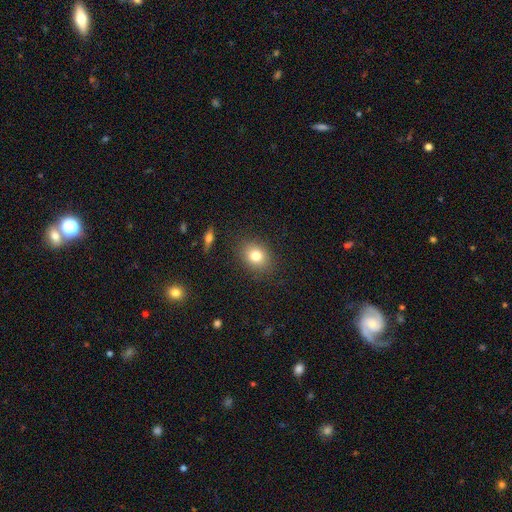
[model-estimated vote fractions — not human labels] Morphology: type=smooth (79%); roundness=round (52%); merging=none (86%).